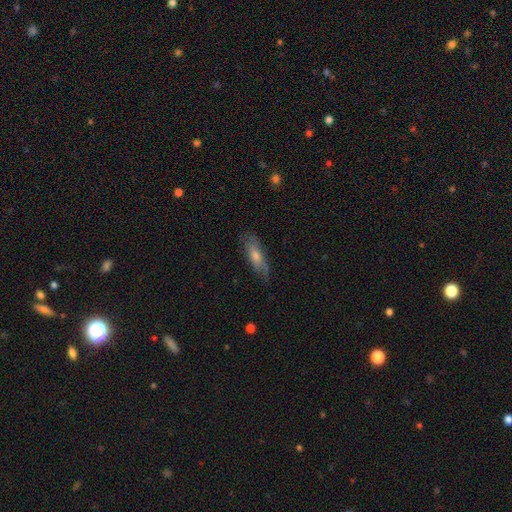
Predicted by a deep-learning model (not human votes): Smooth or featured?
  - smooth: 49% *
  - featured or disk: 43%
  - star or artifact: 9%
Merging?
  - none: 70% *
  - minor disturbance: 22%
  - major disturbance: 6%
  - merger: 1%